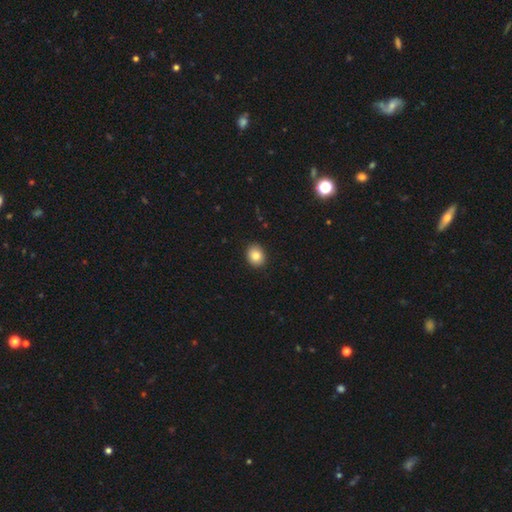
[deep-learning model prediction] Smooth or featured? Predicted: smooth (p=0.84). How rounded? Predicted: round (p=0.54). Merging? Predicted: none (p=0.91).